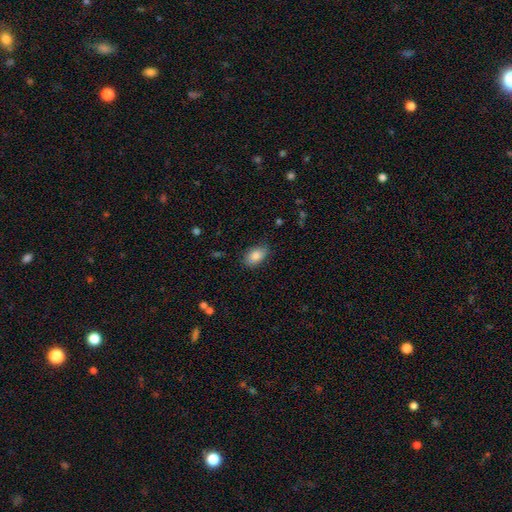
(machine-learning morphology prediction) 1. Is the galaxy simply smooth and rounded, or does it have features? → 85% smooth, 8% featured or disk, 7% star or artifact.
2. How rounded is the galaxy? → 89% in between, 9% round, 2% cigar-shaped.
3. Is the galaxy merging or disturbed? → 80% none, 15% minor disturbance, 3% major disturbance, 1% merger.